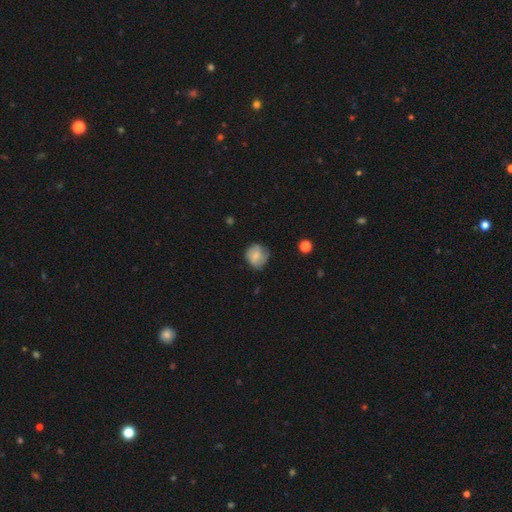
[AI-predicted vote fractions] This appears to be a smooth galaxy with no disk features (71%) that is round (81%). Merging: none (62%).